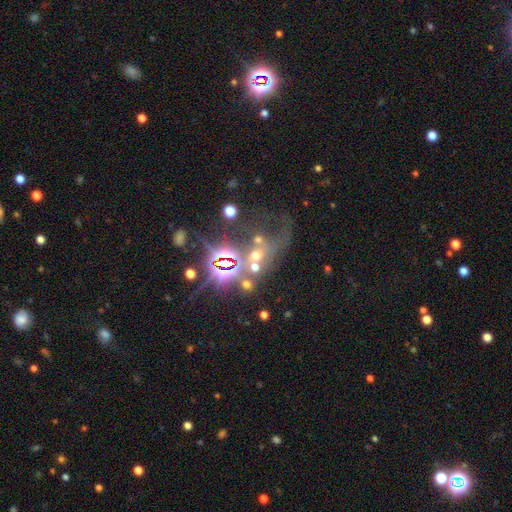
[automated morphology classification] type=star or artifact (44%).